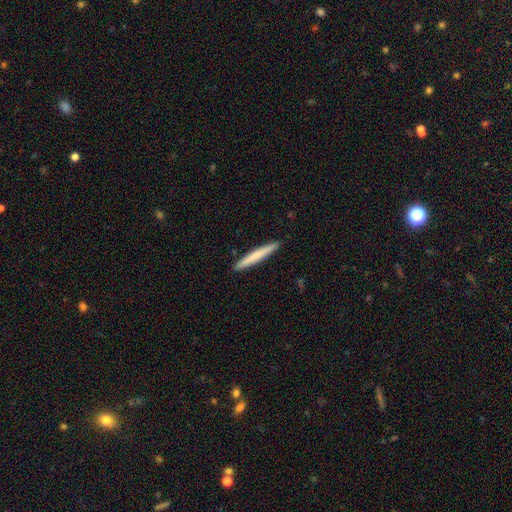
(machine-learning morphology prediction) This appears to be a smooth galaxy with no disk features (71%) that is cigar-shaped (96%). Merging: none (93%).